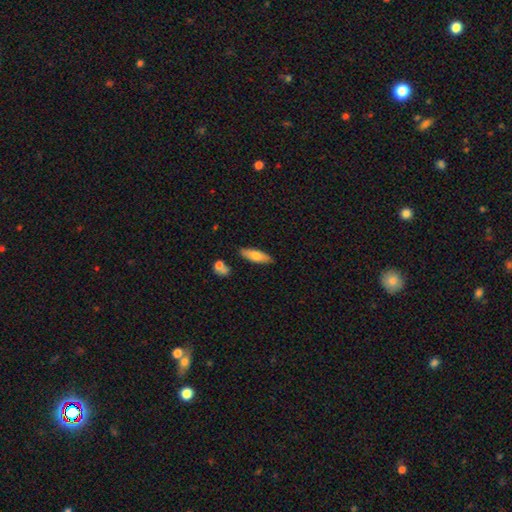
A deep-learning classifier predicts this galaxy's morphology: type=smooth (73%); roundness=in between (53%); merging=none (82%).